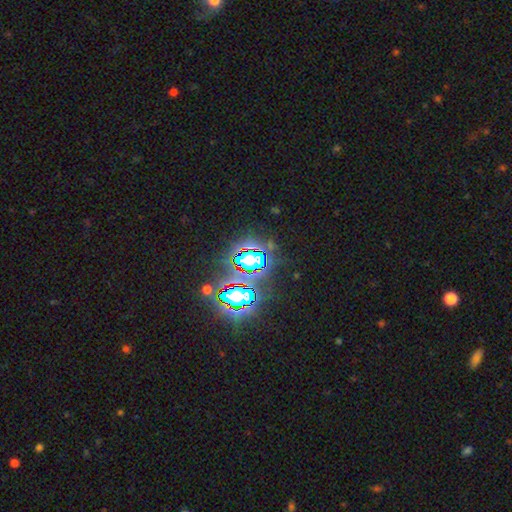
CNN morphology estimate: A star or artifact, not a galaxy (80%).